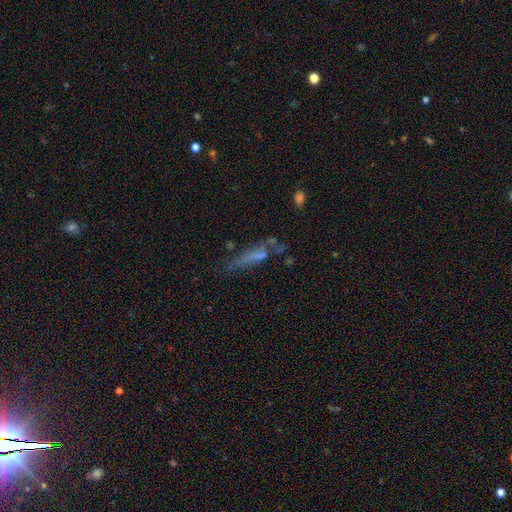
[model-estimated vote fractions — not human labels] This is marginally a smooth galaxy (44%). Merging: marginally none (42%).